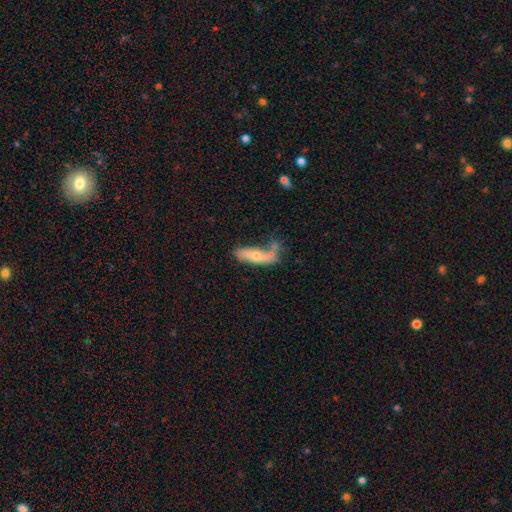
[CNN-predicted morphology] smooth 63%, featured or disk 30%, star or artifact 7%. Down the decision tree: how rounded — cigar-shaped (49%); merging — none (49%).